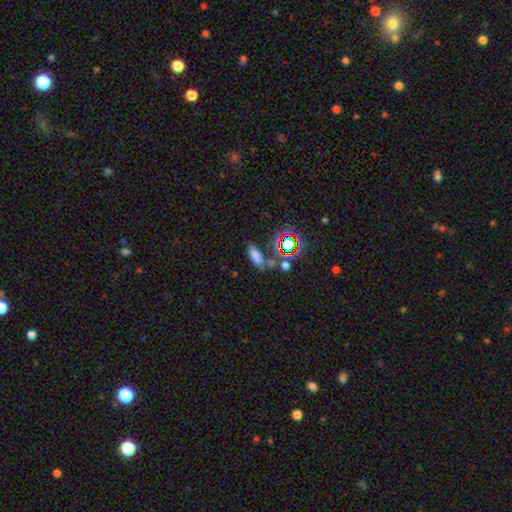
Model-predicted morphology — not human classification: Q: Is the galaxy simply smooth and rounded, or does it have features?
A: smooth — 66%.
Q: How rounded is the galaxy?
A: in between — 70%.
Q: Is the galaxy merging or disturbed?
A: none — 62%.